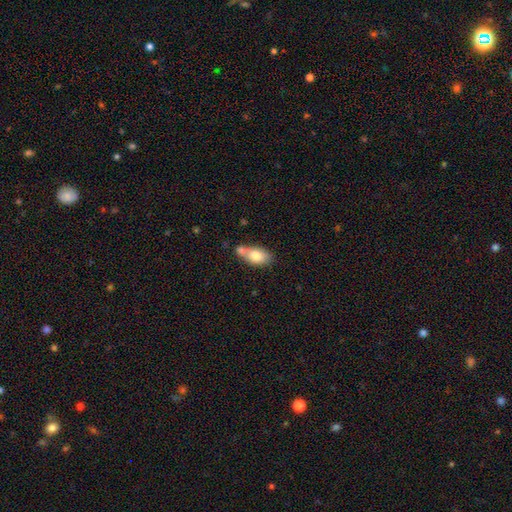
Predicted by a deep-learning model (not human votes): Smooth or featured: smooth — 78% (featured or disk — 15%)
How rounded: in between — 88% (round — 8%)
Merging: none — 41% (merger — 39%)